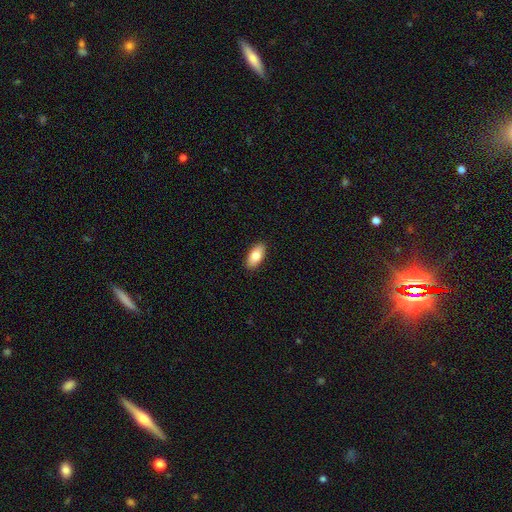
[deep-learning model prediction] The model was most divided on "smooth or featured": smooth: 82%, featured or disk: 11%, star or artifact: 6%. More confident: merging — none (90%); how rounded — in between (90%).